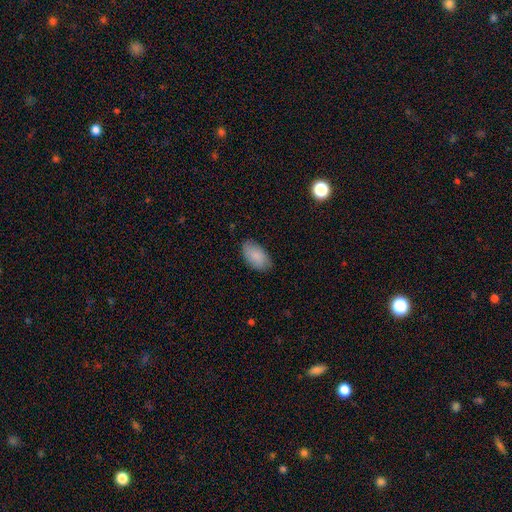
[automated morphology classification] This appears to be a smooth galaxy with no disk features (87%) that is in between round and cigar-shaped (95%). Merging: none (81%).